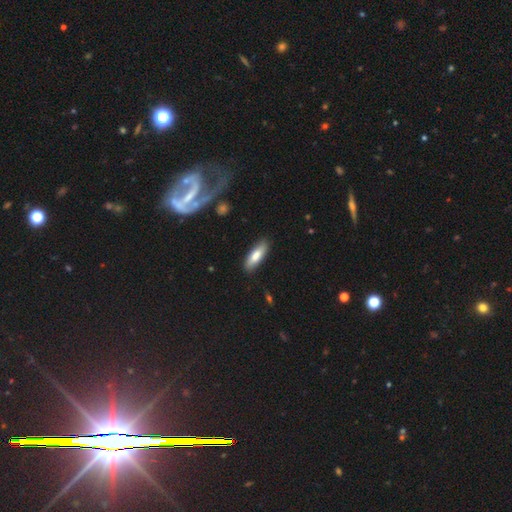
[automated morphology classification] Q: Smooth or featured?
A: smooth (77%); runner-up: featured or disk (18%)
Q: How rounded?
A: in between (56%); runner-up: cigar-shaped (42%)
Q: Merging?
A: none (86%); runner-up: minor disturbance (11%)